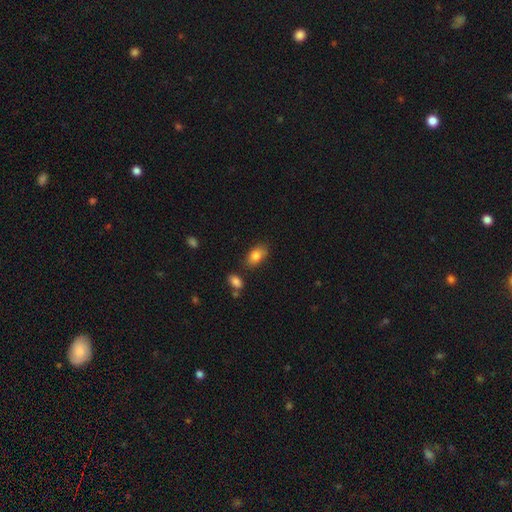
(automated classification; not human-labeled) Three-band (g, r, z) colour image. It shows a smooth galaxy with no disk features (83%) that is in between round and cigar-shaped (91%). Merging: none (76%).